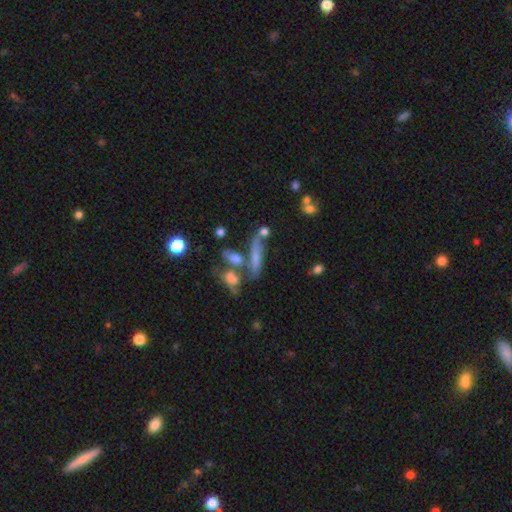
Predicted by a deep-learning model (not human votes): Morphology: type=smooth (59%); roundness=cigar-shaped (71%); merging=none (47%).